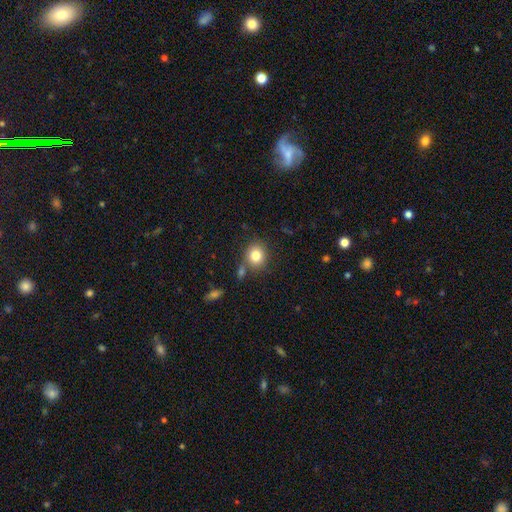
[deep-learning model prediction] Smooth or featured? Predicted: smooth (p=0.81). How rounded? Predicted: round (p=0.74). Merging? Predicted: none (p=0.72).